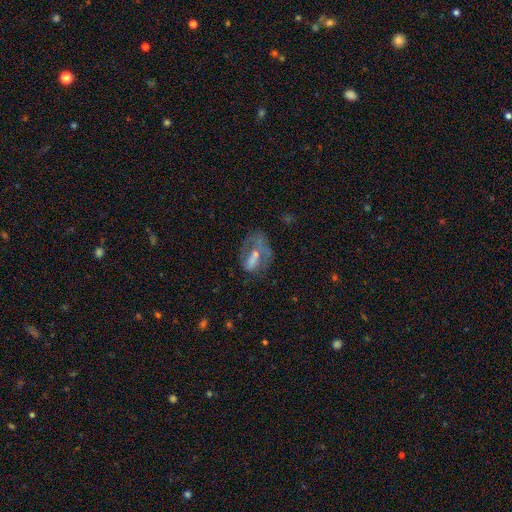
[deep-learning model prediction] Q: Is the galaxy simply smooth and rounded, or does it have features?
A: featured or disk — 55%.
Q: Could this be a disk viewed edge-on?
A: no — 94%.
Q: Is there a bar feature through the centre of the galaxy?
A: no — 51%.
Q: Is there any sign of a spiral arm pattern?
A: no — 55%.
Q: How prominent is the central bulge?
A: small — 40%.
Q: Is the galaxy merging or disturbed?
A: none — 39%.